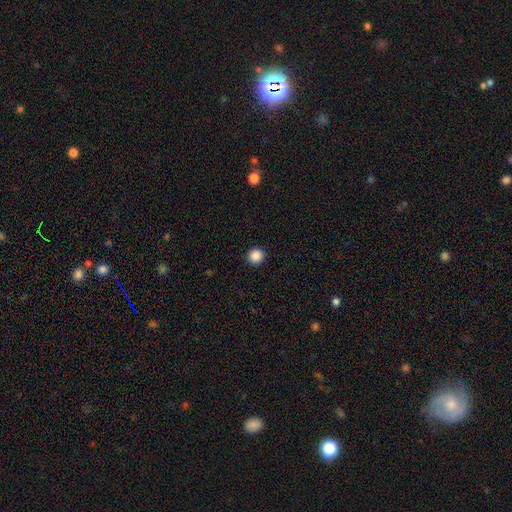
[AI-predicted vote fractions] Smooth or featured: smooth — 87% (star or artifact — 10%)
How rounded: round — 95% (in between — 4%)
Merging: none — 93% (minor disturbance — 4%)